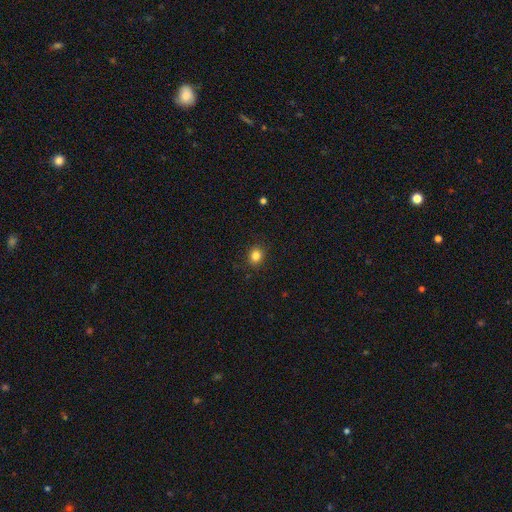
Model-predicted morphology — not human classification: Smooth or featured?
  - smooth: 84% *
  - star or artifact: 12%
  - featured or disk: 5%
How rounded?
  - round: 71% *
  - in between: 28%
  - cigar-shaped: 1%
Merging?
  - none: 89% *
  - minor disturbance: 8%
  - major disturbance: 2%
  - merger: 1%